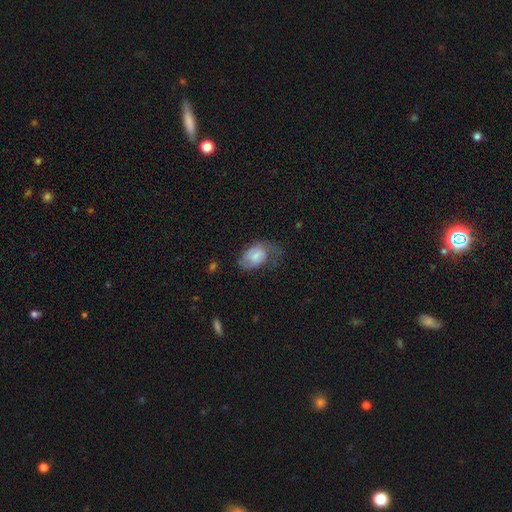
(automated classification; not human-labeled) Overall: smooth (57%; featured or disk 36%). How rounded: in between (87%). Merging: none (33%, tied with major disturbance).